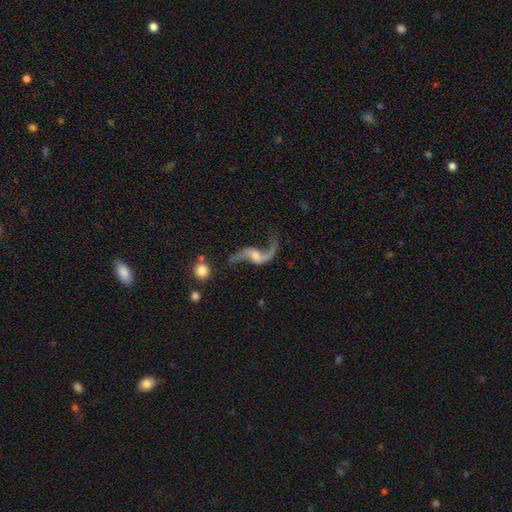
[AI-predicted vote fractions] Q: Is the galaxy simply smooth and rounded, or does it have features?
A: featured or disk — 90%.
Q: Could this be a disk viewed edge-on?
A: no — 94%.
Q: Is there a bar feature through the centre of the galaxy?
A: no — 54%.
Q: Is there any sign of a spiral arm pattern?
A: yes — 96%.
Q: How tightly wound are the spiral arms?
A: loose — 93%.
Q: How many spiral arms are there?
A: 2 — 93%.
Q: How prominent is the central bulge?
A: moderate — 45%.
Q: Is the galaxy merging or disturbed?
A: none — 65%.